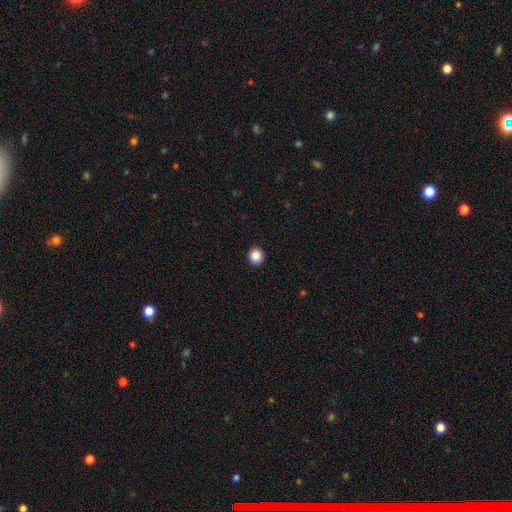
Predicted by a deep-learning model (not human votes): Smooth or featured? Predicted: smooth (p=0.87). How rounded? Predicted: round (p=0.88). Merging? Predicted: none (p=0.93).